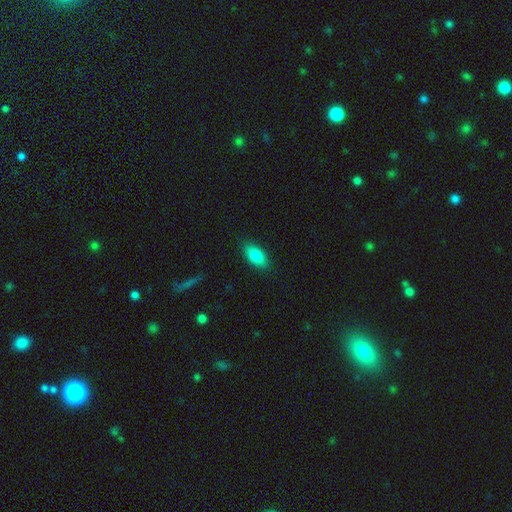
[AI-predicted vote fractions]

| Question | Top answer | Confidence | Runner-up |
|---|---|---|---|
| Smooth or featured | smooth | 84% | featured or disk (9%) |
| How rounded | in between | 88% | cigar-shaped (9%) |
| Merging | none | 86% | minor disturbance (11%) |